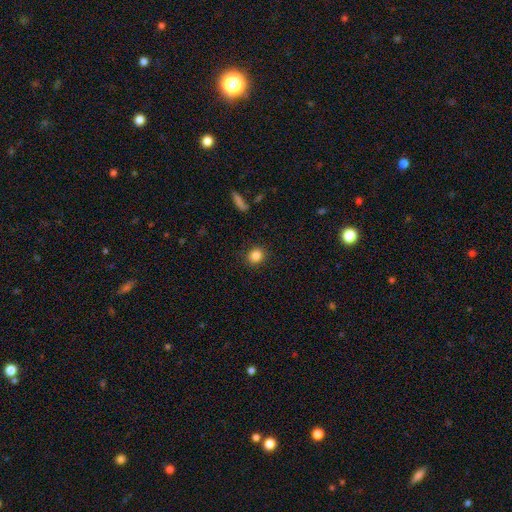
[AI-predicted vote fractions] Morphology: type=smooth (84%); roundness=round (80%); merging=none (90%).